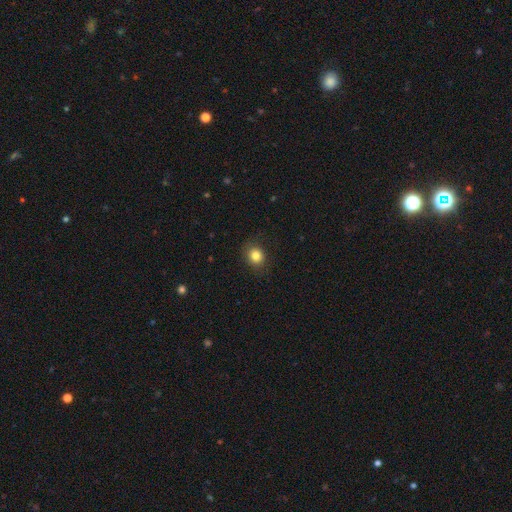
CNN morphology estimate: smooth_or_featured: smooth (p=0.83) [alt: star or artifact p=0.11]
how_rounded: round (p=0.73) [alt: in between p=0.26]
merging: none (p=0.86) [alt: minor disturbance p=0.10]